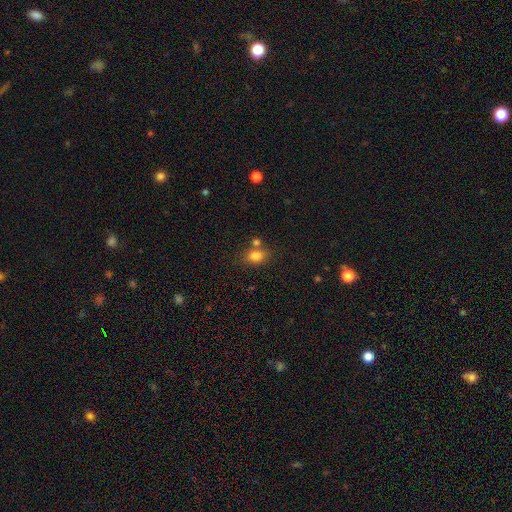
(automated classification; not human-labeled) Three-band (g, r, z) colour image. It shows a smooth galaxy with no disk features (81%) that is in between round and cigar-shaped (66%). Merging: none (63%).